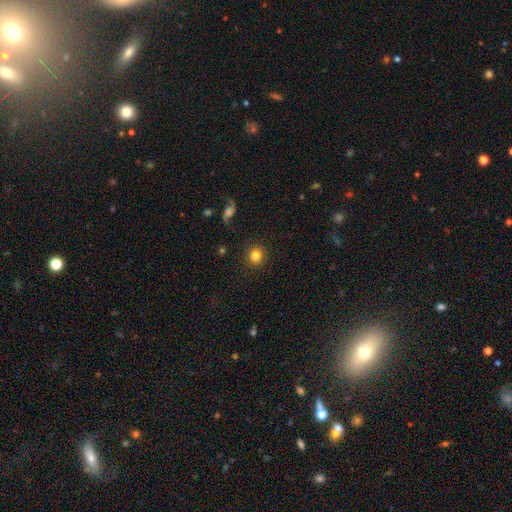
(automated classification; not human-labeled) This is clearly a smooth galaxy (82%). How rounded: clearly round (89%). Merging: clearly none (90%).